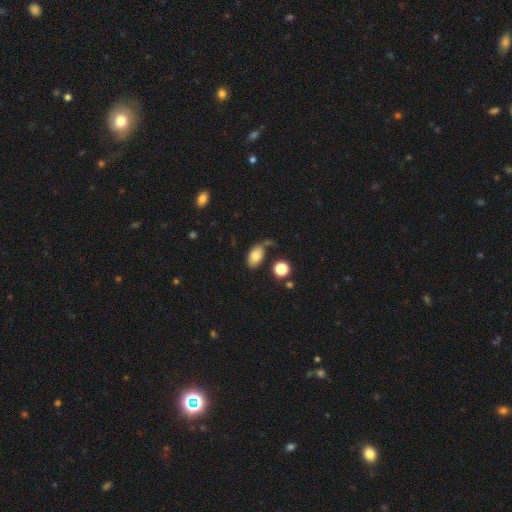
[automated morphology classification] Overall: smooth (79%). How rounded: in between (90%). Merging: none (59%; minor disturbance 20%).